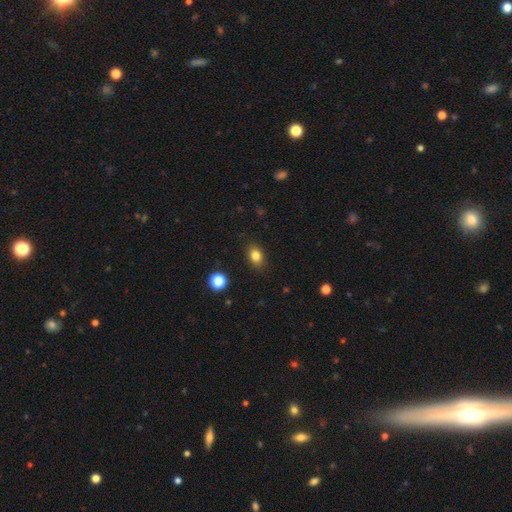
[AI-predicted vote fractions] smooth-or-featured: smooth: 82% | star or artifact: 11% | featured or disk: 7%
  how-rounded: in between: 70% | round: 29% | cigar-shaped: 1%
  merging: none: 87% | minor disturbance: 10% | major disturbance: 2% | merger: 1%